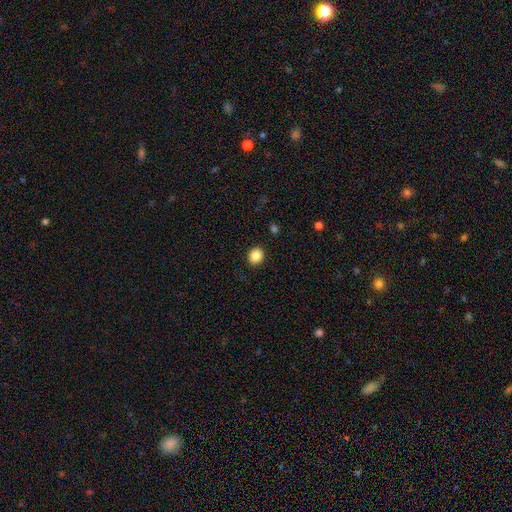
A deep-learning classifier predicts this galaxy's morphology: type=smooth (87%); roundness=round (74%); merging=none (91%).